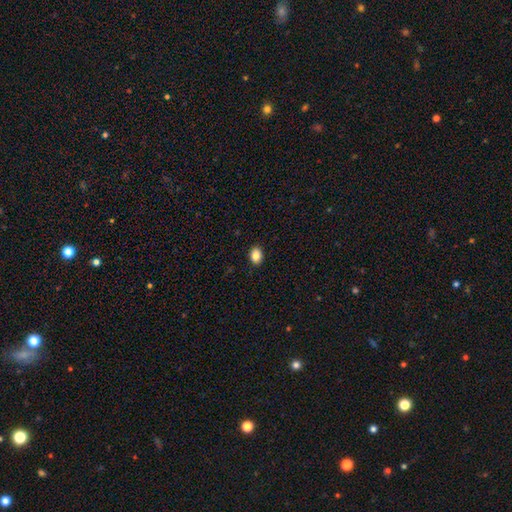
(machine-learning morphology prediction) Smooth or featured?
  - smooth: 87% *
  - star or artifact: 9%
  - featured or disk: 4%
How rounded?
  - in between: 74% *
  - round: 25%
  - cigar-shaped: 1%
Merging?
  - none: 90% *
  - minor disturbance: 7%
  - major disturbance: 2%
  - merger: 1%